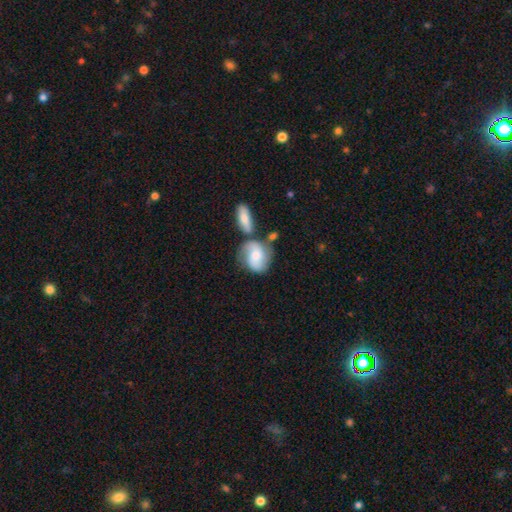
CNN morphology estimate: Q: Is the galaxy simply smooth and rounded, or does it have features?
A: featured or disk — 50%.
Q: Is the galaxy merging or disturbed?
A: none — 49%.